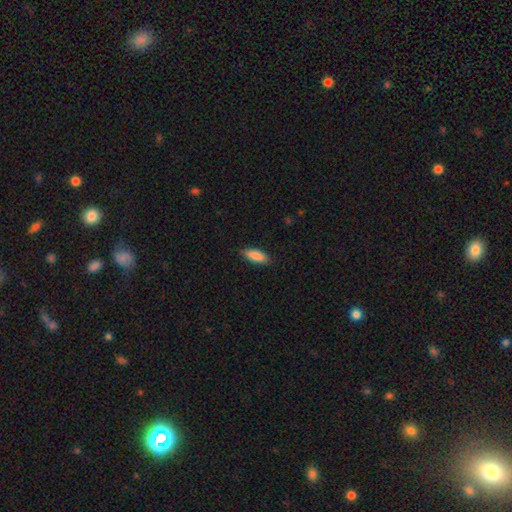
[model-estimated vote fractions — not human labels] Q: Smooth or featured?
A: smooth (88%); runner-up: featured or disk (6%)
Q: How rounded?
A: in between (72%); runner-up: cigar-shaped (27%)
Q: Merging?
A: none (85%); runner-up: minor disturbance (12%)